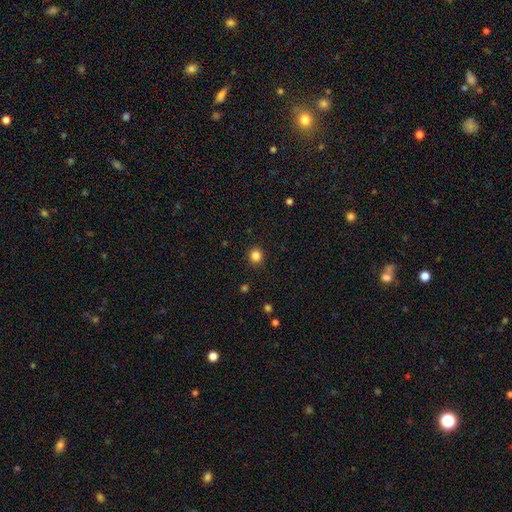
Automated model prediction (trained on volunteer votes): A smooth galaxy with no disk features (85%) that is round (90%).

Vote fractions:
- Smooth or featured? smooth: 85% / star or artifact: 12% / featured or disk: 4%
- How rounded? round: 90% / in between: 9% / cigar-shaped: 1%
- Merging? none: 91% / minor disturbance: 6% / major disturbance: 2% / merger: 1%